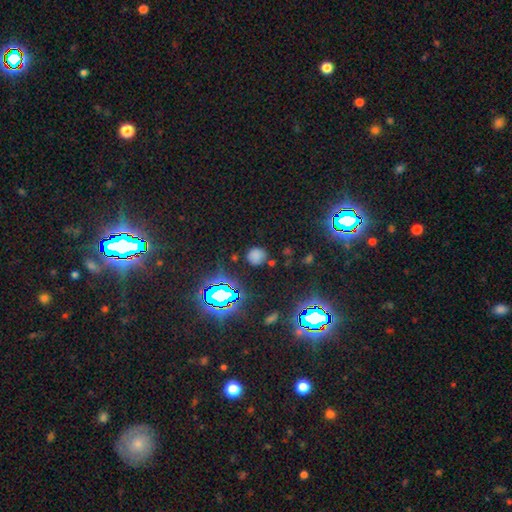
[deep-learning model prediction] Smooth or featured?
  - smooth: 64% *
  - star or artifact: 29%
  - featured or disk: 7%
How rounded?
  - round: 87% *
  - in between: 12%
  - cigar-shaped: 1%
Merging?
  - none: 80% *
  - minor disturbance: 12%
  - major disturbance: 5%
  - merger: 4%